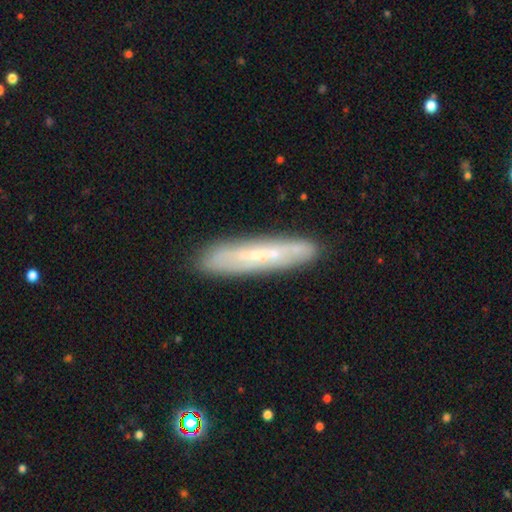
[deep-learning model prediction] Smooth or featured: featured or disk — 52% (smooth — 41%)
Edge-on disk: yes — 59% (no — 41%)
Merging: none — 83% (minor disturbance — 12%)